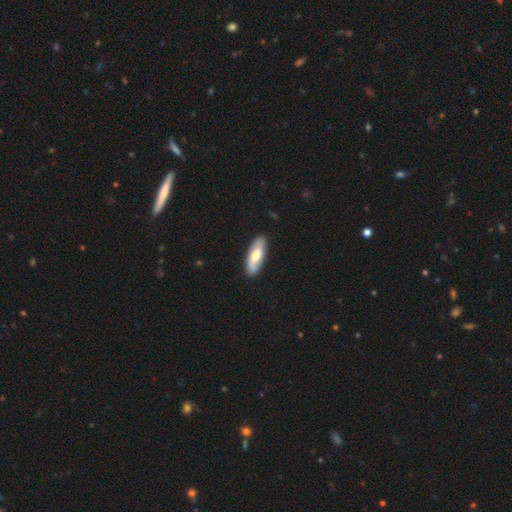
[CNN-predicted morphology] The model was most divided on "smooth or featured": featured or disk: 50%, smooth: 46%, star or artifact: 5%. More confident: merging — none (88%).